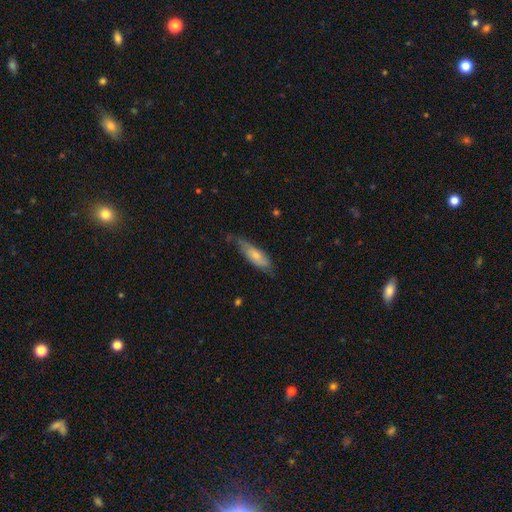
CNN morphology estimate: This appears to be a smooth galaxy with no disk features (68%) that is in between round and cigar-shaped (53%). Merging: none (55%).